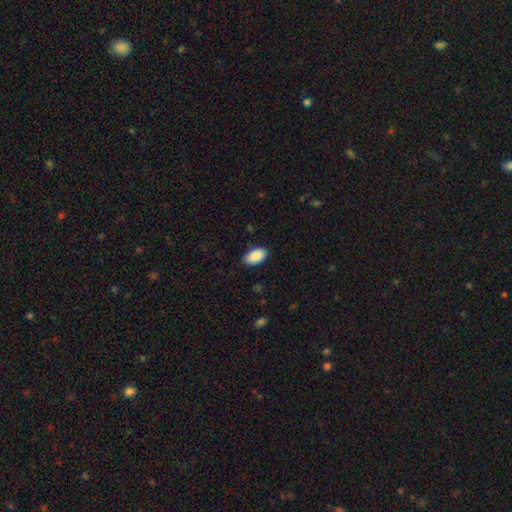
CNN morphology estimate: The model was most divided on "merging": none: 86%, minor disturbance: 11%, major disturbance: 2%, merger: 1%. More confident: how rounded — in between (94%); smooth or featured — smooth (90%).